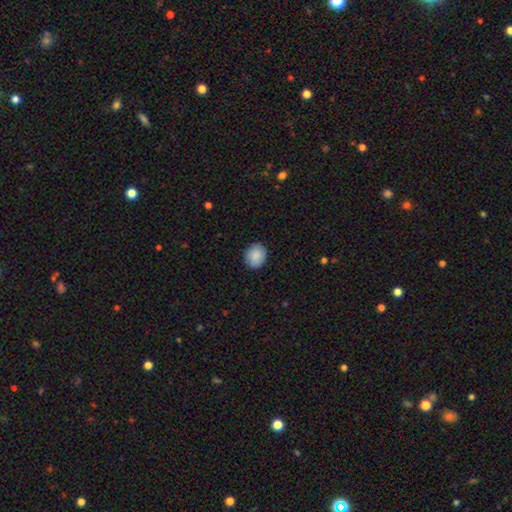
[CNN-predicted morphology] A smooth galaxy with no disk features (88%) that is round (58%). Merging: none (88%).